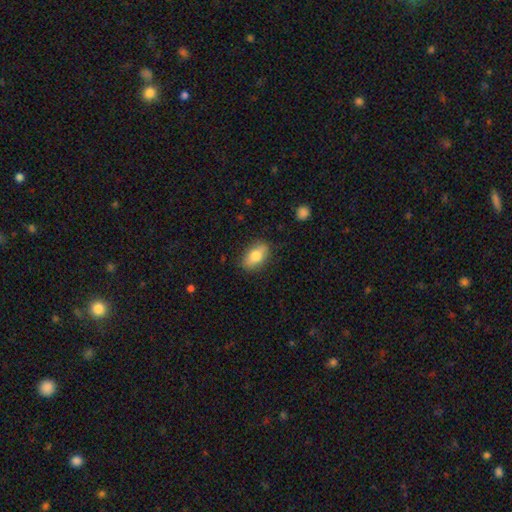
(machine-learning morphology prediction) Smooth or featured? Predicted: smooth (p=0.77). How rounded? Predicted: in between (p=0.88). Merging? Predicted: none (p=0.81).